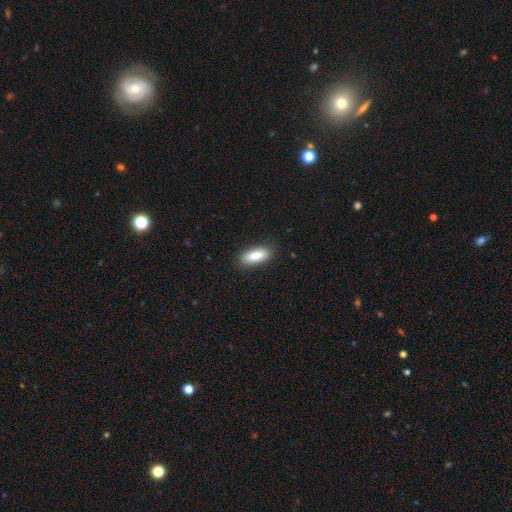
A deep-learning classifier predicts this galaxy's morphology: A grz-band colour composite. It shows a smooth galaxy with no disk features (85%) that is in between round and cigar-shaped (75%). Merging: none (88%).